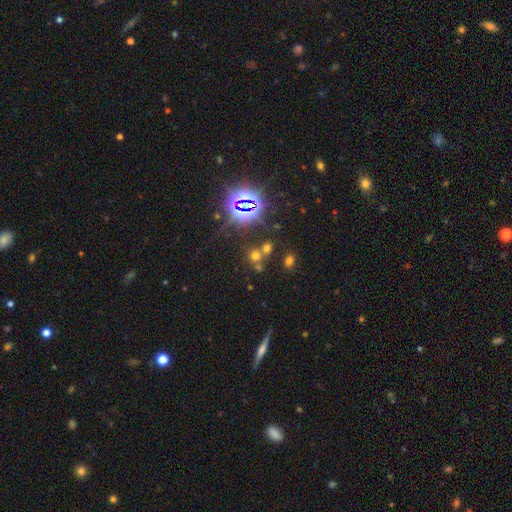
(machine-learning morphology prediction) smooth_or_featured: star or artifact (p=0.48) [alt: smooth p=0.42]